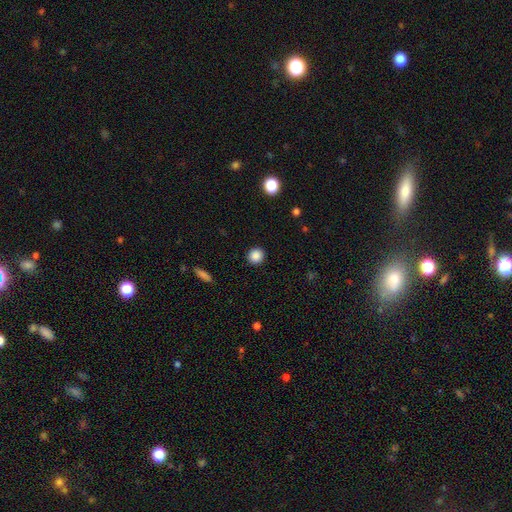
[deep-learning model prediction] This appears to be a smooth galaxy with no disk features (87%) that is round (92%). Merging: none (92%).